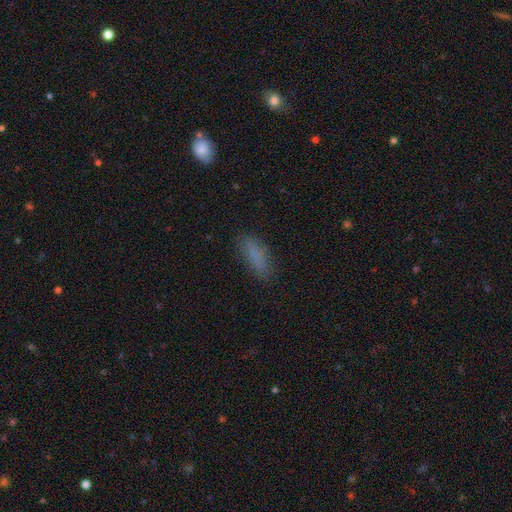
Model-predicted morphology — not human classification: smooth 82%, star or artifact 10%, featured or disk 8%. Down the decision tree: how rounded — in between (59%); merging — none (80%).